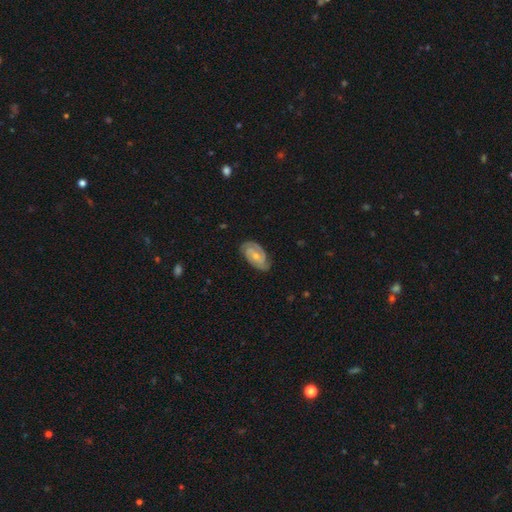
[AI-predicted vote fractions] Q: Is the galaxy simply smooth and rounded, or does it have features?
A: featured or disk — 80%.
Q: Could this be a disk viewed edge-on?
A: no — 96%.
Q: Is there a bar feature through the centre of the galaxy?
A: no — 54%.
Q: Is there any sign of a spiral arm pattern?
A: yes — 96%.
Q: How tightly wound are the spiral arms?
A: tight — 61%.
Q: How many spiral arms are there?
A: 2 — 72%.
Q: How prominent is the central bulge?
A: small — 56%.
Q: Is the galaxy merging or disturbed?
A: none — 79%.